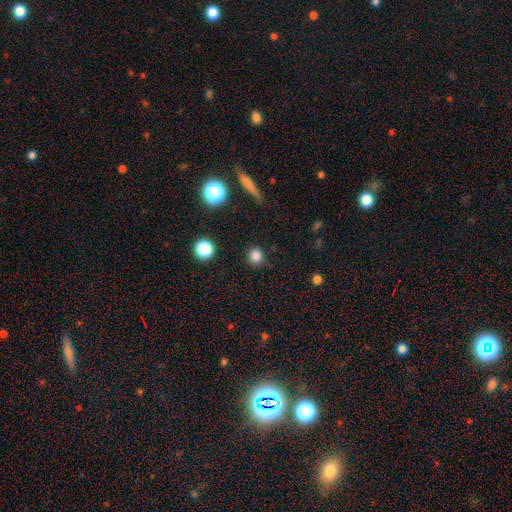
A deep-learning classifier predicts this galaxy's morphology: smooth 82%, star or artifact 14%, featured or disk 4%. Down the decision tree: how rounded — round (89%); merging — none (87%).